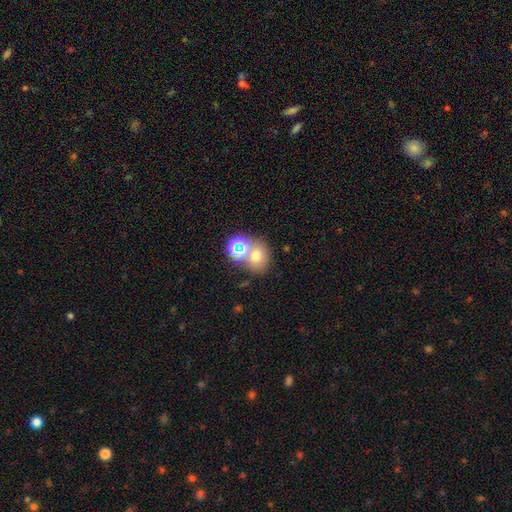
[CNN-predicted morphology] A smooth galaxy with no disk features (65%) that is round (61%). Merging: none (54%).